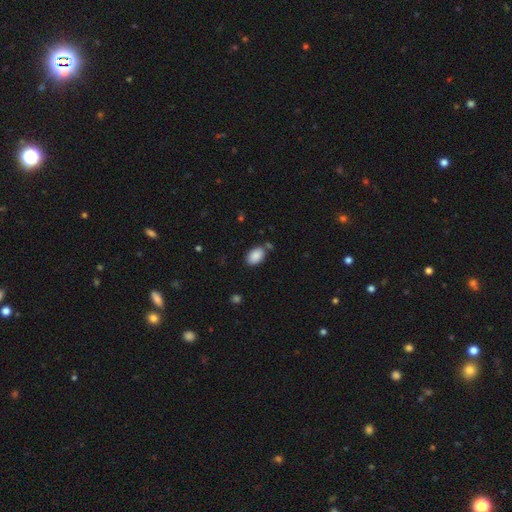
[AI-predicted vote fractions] Q: Smooth or featured?
A: smooth (88%); runner-up: star or artifact (7%)
Q: How rounded?
A: in between (91%); runner-up: round (8%)
Q: Merging?
A: none (76%); runner-up: minor disturbance (14%)